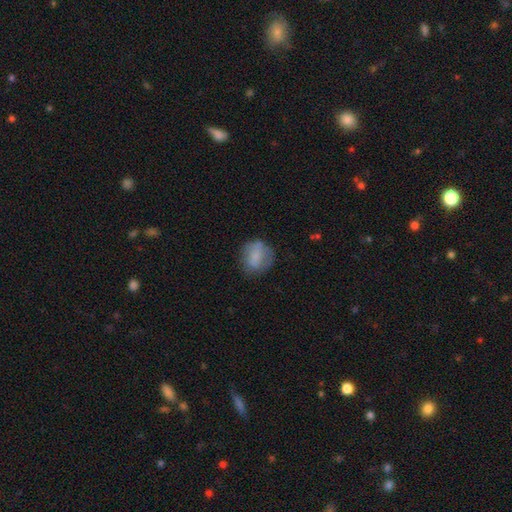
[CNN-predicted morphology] The model was most divided on "how rounded": round: 65%, in between: 33%, cigar-shaped: 1%. More confident: smooth or featured — smooth (72%); merging — none (66%).